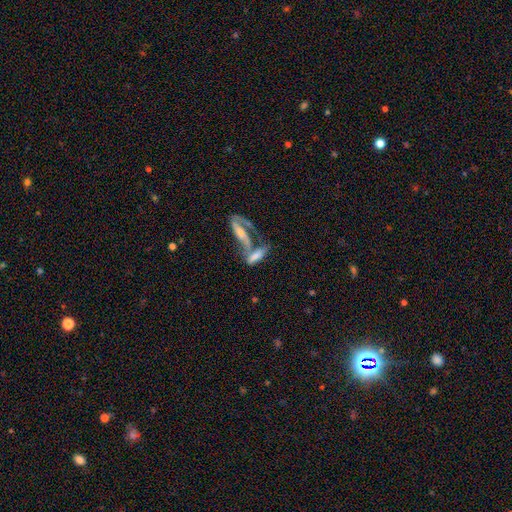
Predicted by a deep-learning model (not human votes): A smooth galaxy with no disk features (53%) that is cigar-shaped (52%). Merging: merger (66%).